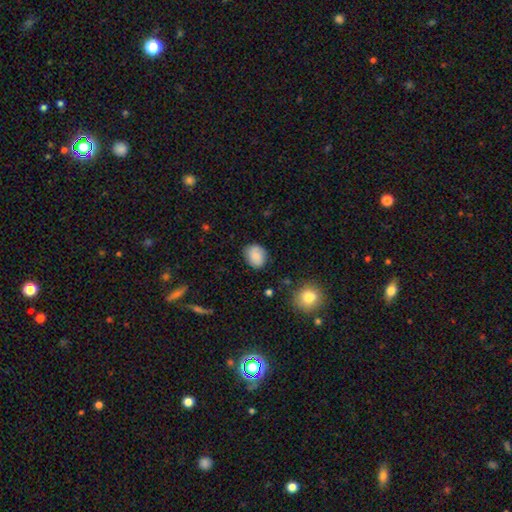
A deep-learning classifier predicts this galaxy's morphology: A smooth galaxy with no disk features (84%) that is round (51%).

Vote fractions:
- Smooth or featured? smooth: 84% / star or artifact: 8% / featured or disk: 8%
- How rounded? round: 51% / in between: 48% / cigar-shaped: 1%
- Merging? none: 79% / minor disturbance: 15% / major disturbance: 3% / merger: 2%